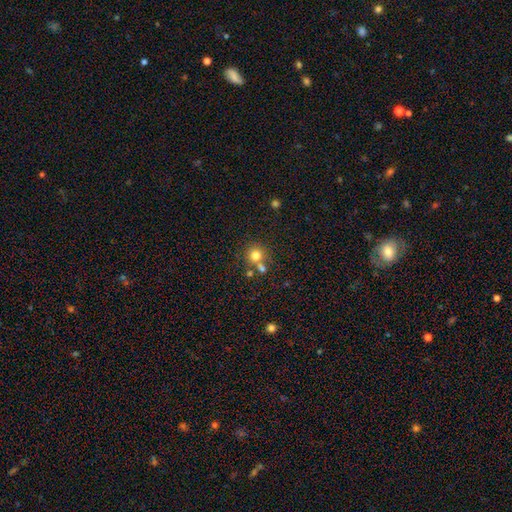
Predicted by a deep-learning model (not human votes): This is likely a smooth galaxy (76%). How rounded: clearly round (90%). Merging: likely none (60%).